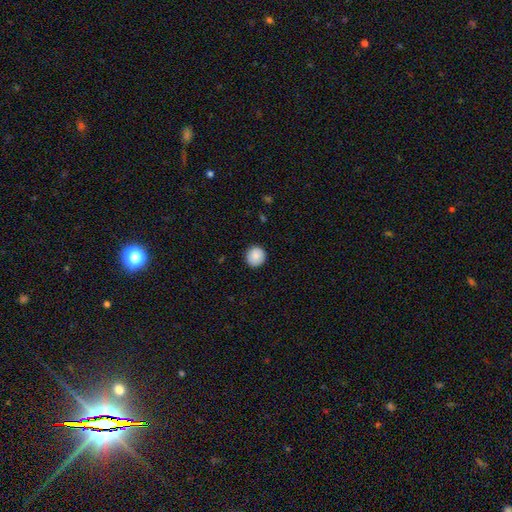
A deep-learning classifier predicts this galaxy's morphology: Smooth or featured?
  - smooth: 88% *
  - star or artifact: 8%
  - featured or disk: 4%
How rounded?
  - round: 92% *
  - in between: 7%
  - cigar-shaped: 1%
Merging?
  - none: 92% *
  - minor disturbance: 6%
  - major disturbance: 2%
  - merger: 1%